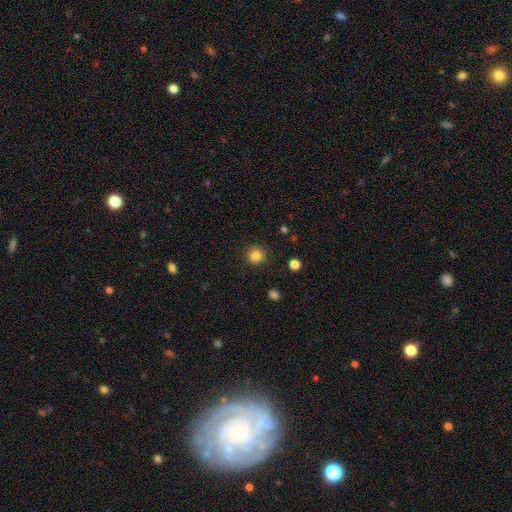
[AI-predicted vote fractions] Smooth or featured? Predicted: smooth (p=0.84). How rounded? Predicted: round (p=0.93). Merging? Predicted: none (p=0.90).